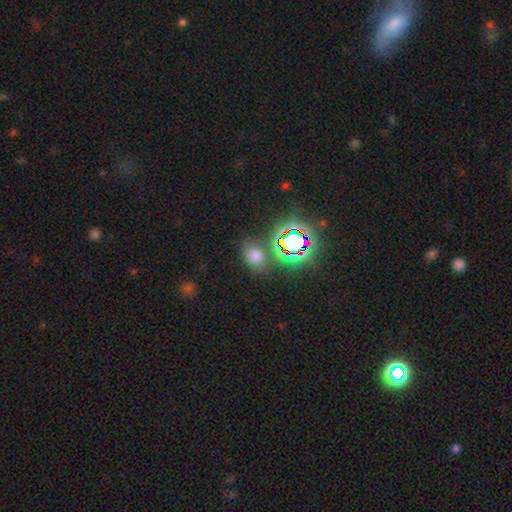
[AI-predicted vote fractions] smooth_or_featured: smooth (p=0.61) [alt: star or artifact p=0.31]
how_rounded: in between (p=0.60) [alt: round p=0.39]
merging: none (p=0.75) [alt: minor disturbance p=0.13]